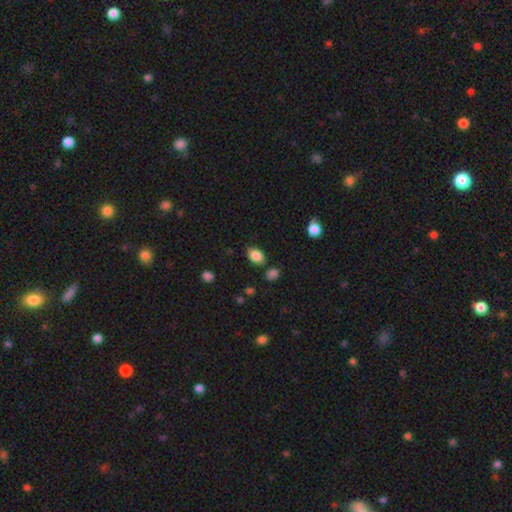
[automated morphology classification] smooth-or-featured: smooth: 86% | star or artifact: 9% | featured or disk: 5%
  how-rounded: in between: 83% | round: 16% | cigar-shaped: 1%
  merging: none: 78% | minor disturbance: 13% | merger: 5% | major disturbance: 3%